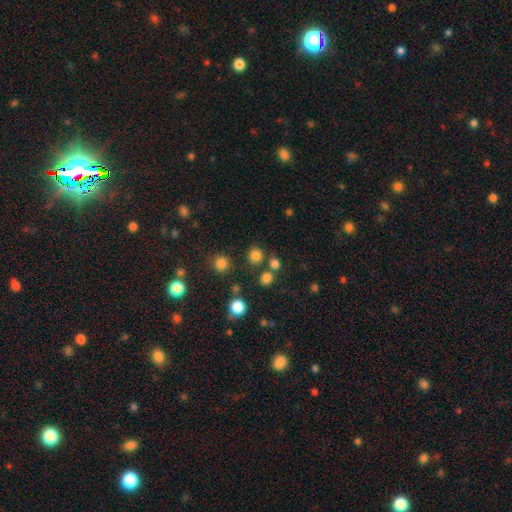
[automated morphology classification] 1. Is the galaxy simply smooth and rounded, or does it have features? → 78% smooth, 17% star or artifact, 5% featured or disk.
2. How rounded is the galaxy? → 90% round, 9% in between, 1% cigar-shaped.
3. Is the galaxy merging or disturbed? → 79% none, 11% merger, 7% minor disturbance, 3% major disturbance.